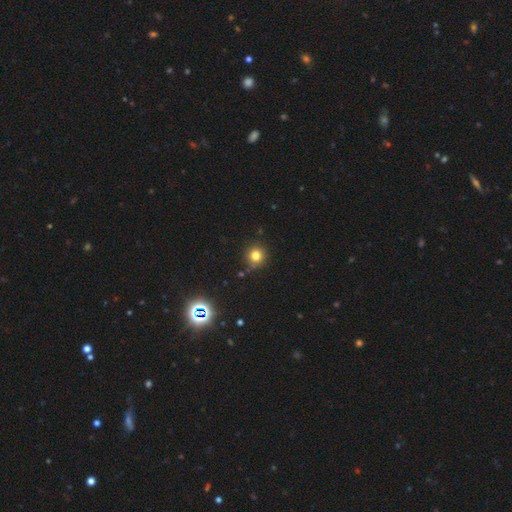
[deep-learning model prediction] This appears to be a smooth galaxy with no disk features (77%) that is round (93%). Merging: none (84%).